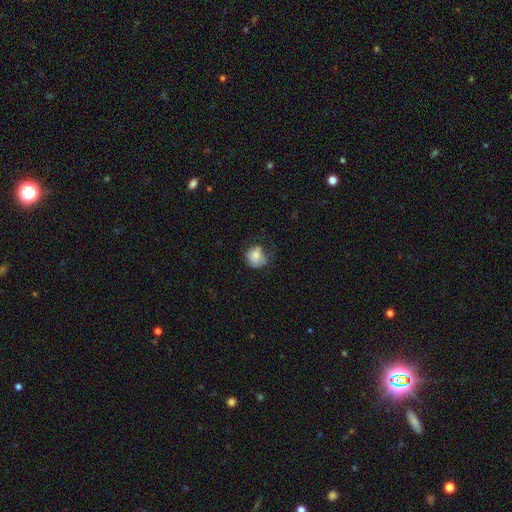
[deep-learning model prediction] Smooth or featured? Predicted: smooth (p=0.75). How rounded? Predicted: round (p=0.69). Merging? Predicted: none (p=0.48).